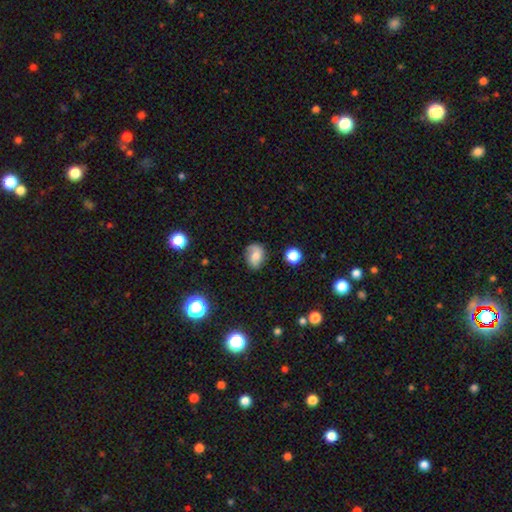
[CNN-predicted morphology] Smooth or featured?
  - smooth: 52% *
  - featured or disk: 36%
  - star or artifact: 11%
How rounded?
  - in between: 55% *
  - round: 43%
  - cigar-shaped: 1%
Merging?
  - none: 71% *
  - minor disturbance: 21%
  - major disturbance: 6%
  - merger: 2%